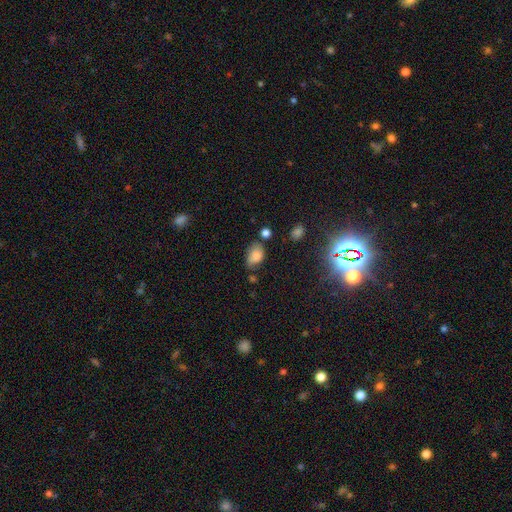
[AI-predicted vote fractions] smooth 81%, star or artifact 10%, featured or disk 9%. Down the decision tree: how rounded — in between (84%); merging — none (51%).